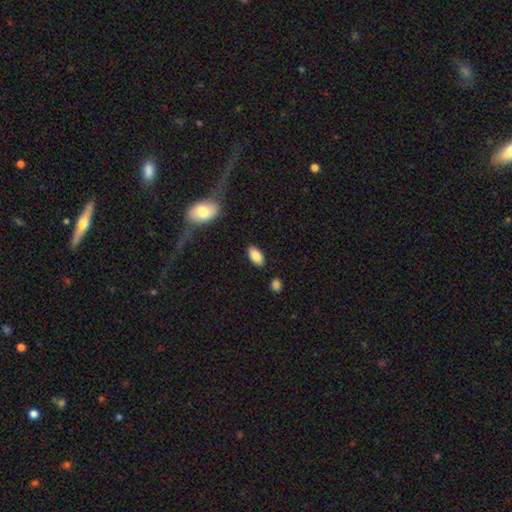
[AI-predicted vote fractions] Q: Smooth or featured?
A: smooth (85%); runner-up: featured or disk (8%)
Q: How rounded?
A: in between (94%); runner-up: round (3%)
Q: Merging?
A: none (85%); runner-up: minor disturbance (10%)